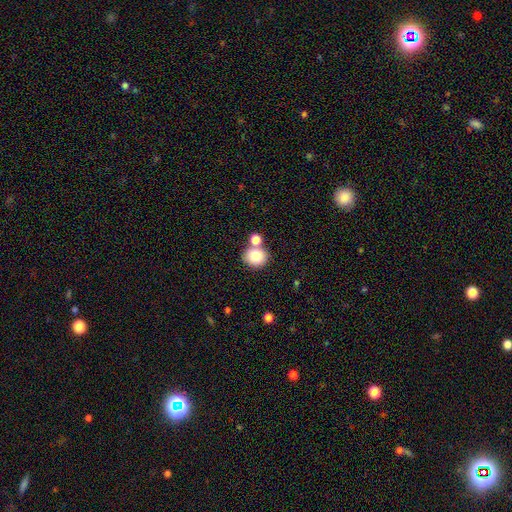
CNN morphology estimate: The model was most divided on "merging": none: 59%, merger: 27%, minor disturbance: 10%, major disturbance: 3%. More confident: smooth or featured — smooth (81%); how rounded — round (77%).